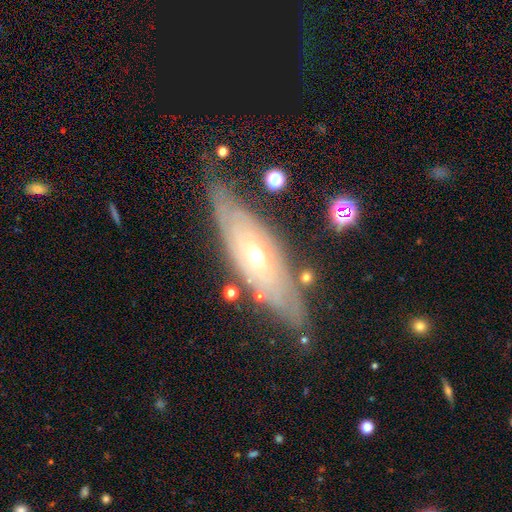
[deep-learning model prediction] featured or disk 72%, smooth 22%, star or artifact 7%. Down the decision tree: edge-on disk — no (63%); merging — none (76%).